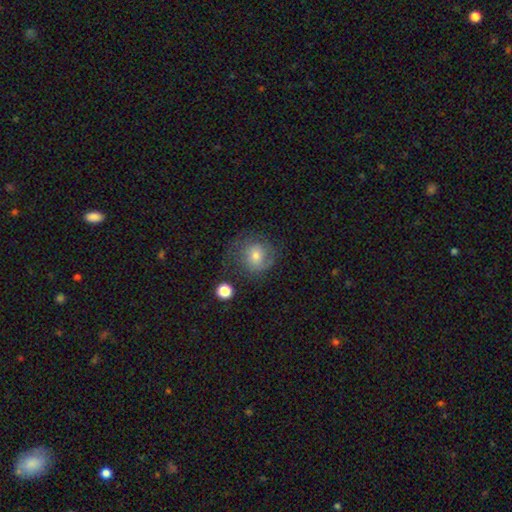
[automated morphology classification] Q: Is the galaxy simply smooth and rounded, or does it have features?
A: smooth — 58%.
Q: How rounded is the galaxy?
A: round — 82%.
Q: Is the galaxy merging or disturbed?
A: none — 60%.